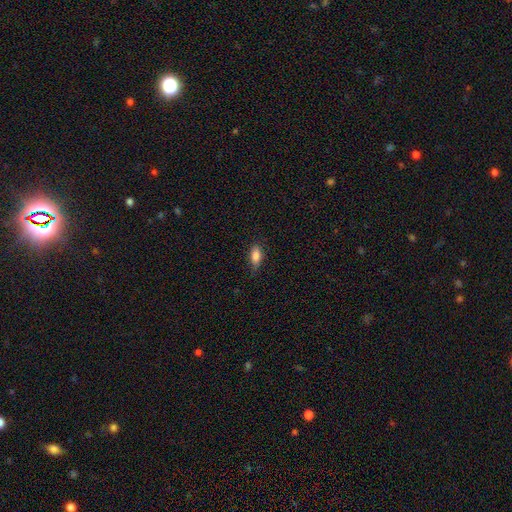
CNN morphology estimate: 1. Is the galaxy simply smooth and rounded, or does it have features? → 83% smooth, 9% featured or disk, 8% star or artifact.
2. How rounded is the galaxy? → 84% in between, 12% cigar-shaped, 4% round.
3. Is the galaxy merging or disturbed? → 75% none, 20% minor disturbance, 4% major disturbance, 1% merger.